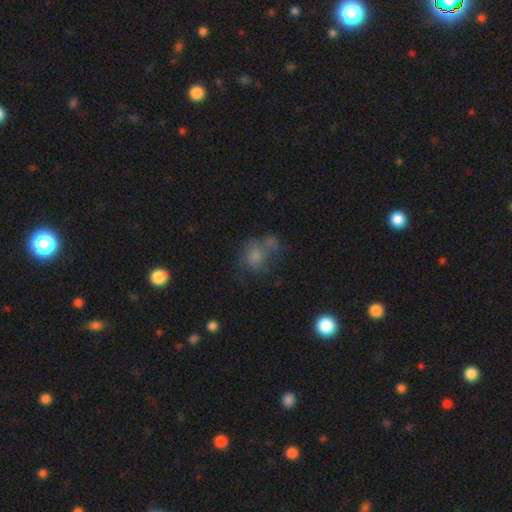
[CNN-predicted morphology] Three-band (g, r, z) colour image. It shows a smooth galaxy with no disk features (64%) that is round (60%). Merging: none (31%).